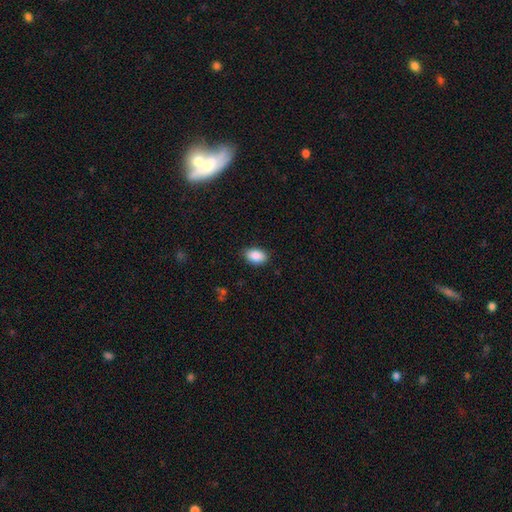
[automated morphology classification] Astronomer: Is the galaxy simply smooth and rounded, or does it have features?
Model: smooth — 89%.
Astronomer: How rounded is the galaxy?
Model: in between — 90%.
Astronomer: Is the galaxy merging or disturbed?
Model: none — 86%.